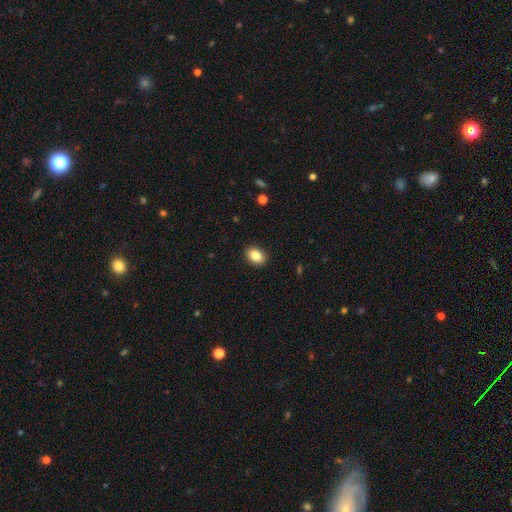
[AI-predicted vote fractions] Overall: smooth (86%). How rounded: in between (71%). Merging: none (91%).